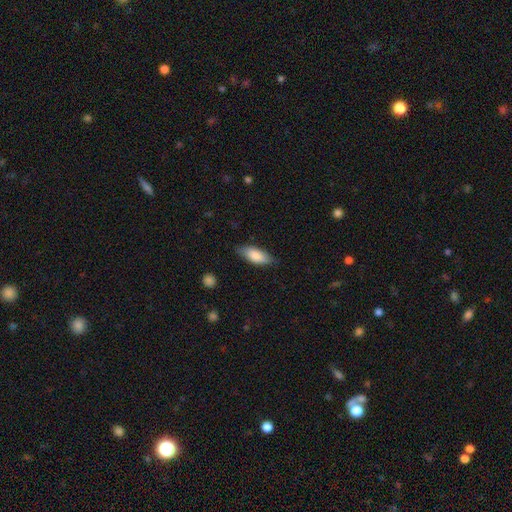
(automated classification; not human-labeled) A smooth galaxy with no disk features (82%) that is in between round and cigar-shaped (79%). Merging: none (79%).